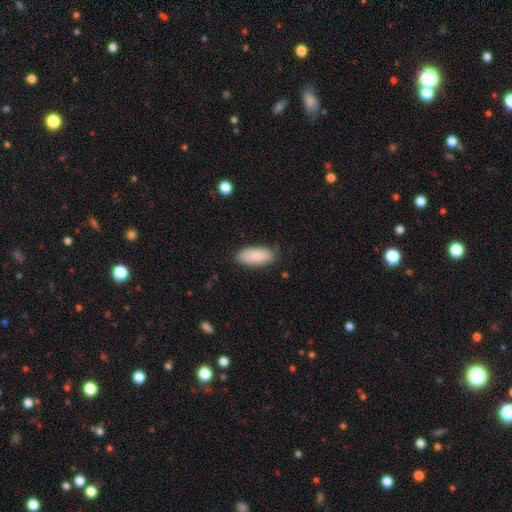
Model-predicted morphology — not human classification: Smooth or featured: smooth — 87% (featured or disk — 7%)
How rounded: in between — 86% (cigar-shaped — 13%)
Merging: none — 80% (minor disturbance — 16%)